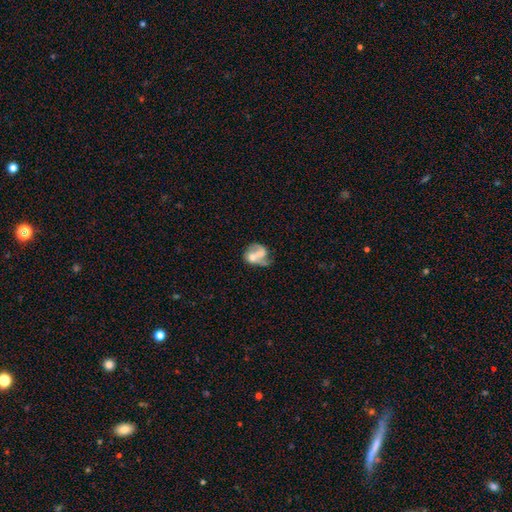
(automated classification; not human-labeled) Smooth or featured? featured or disk (61%)
Edge-on disk? no (98%)
Bar? no (56%)
Spiral arms? yes (70%)
Bulge size? moderate (38%)
Merging? merger (32%)